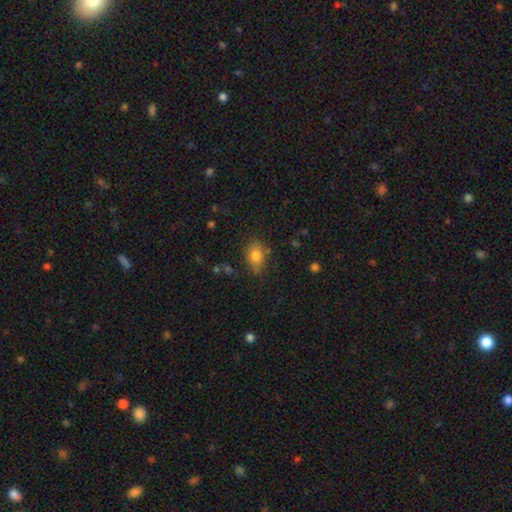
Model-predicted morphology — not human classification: Smooth or featured? smooth (79%)
How rounded? in between (69%)
Merging? none (68%)